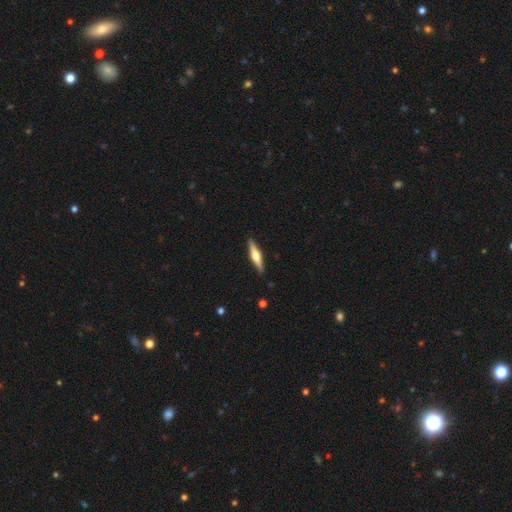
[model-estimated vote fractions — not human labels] This appears to be a featured or disk galaxy (59%) viewed edge-on (96%) with a rounded central bulge (91%). Merging: none (90%).